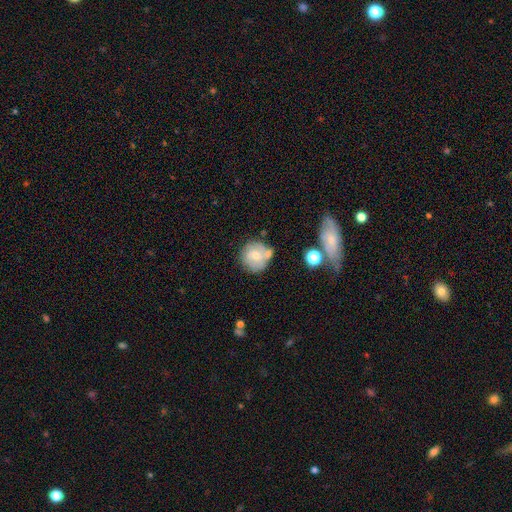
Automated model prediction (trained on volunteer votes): Smooth or featured?
  - smooth: 51% *
  - featured or disk: 40%
  - star or artifact: 8%
How rounded?
  - round: 88% *
  - in between: 11%
  - cigar-shaped: 1%
Merging?
  - none: 54% *
  - minor disturbance: 20%
  - merger: 18%
  - major disturbance: 8%